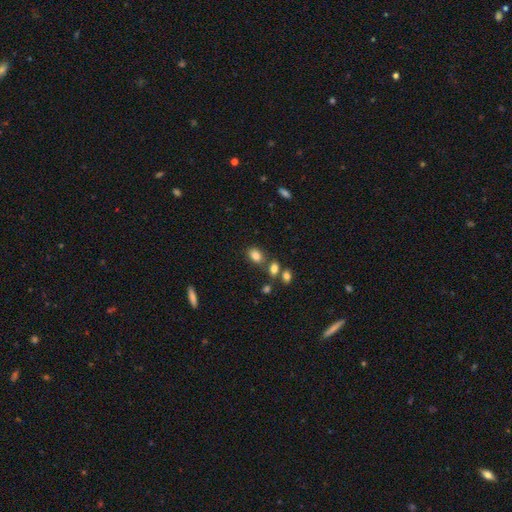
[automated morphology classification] smooth 82%, star or artifact 11%, featured or disk 7%. Down the decision tree: how rounded — in between (74%); merging — none (70%).